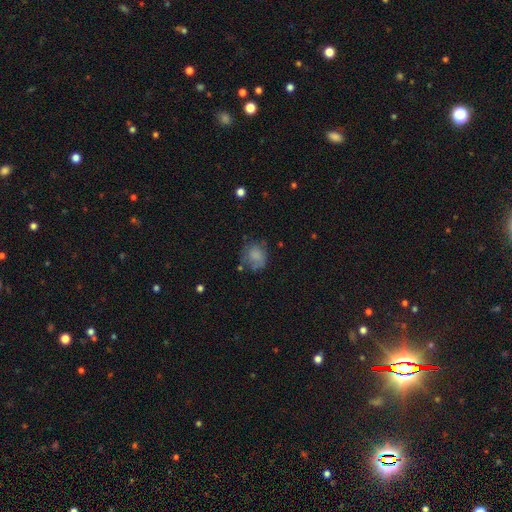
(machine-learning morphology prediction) The model was most divided on "merging": none: 53%, minor disturbance: 27%, major disturbance: 15%, merger: 5%. More confident: smooth or featured — smooth (74%); how rounded — round (69%).